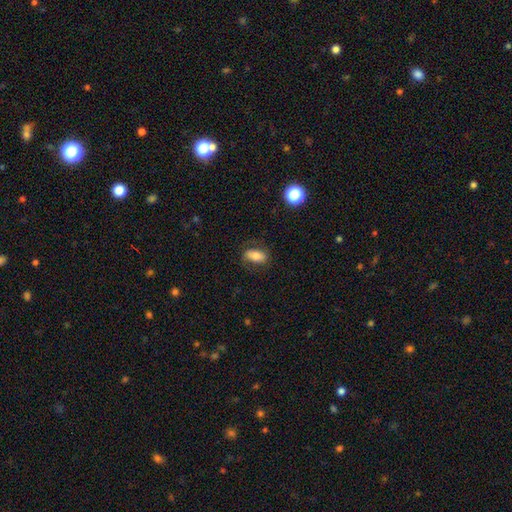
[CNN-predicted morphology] This is likely a smooth galaxy (72%). How rounded: clearly in between (85%). Merging: likely none (75%).